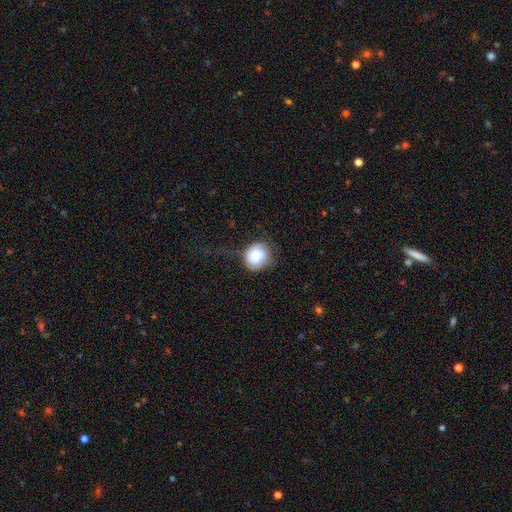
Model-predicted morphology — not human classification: The model was most divided on "smooth or featured": smooth: 53%, featured or disk: 38%, star or artifact: 9%. Remaining: how rounded — round (78%); merging — none (47%).